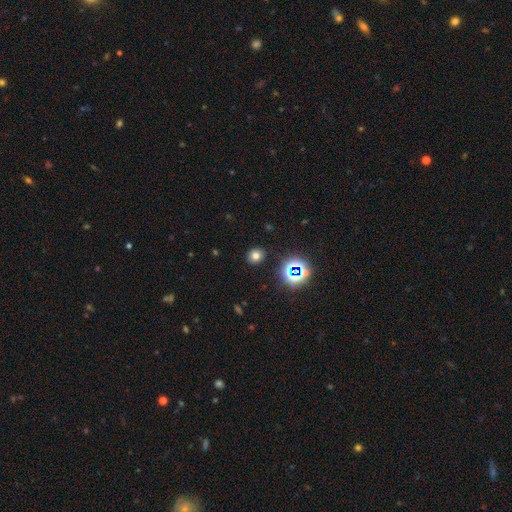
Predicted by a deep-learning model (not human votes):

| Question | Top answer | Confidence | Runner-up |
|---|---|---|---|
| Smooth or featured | smooth | 69% | star or artifact (21%) |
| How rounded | round | 70% | in between (29%) |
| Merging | none | 89% | minor disturbance (7%) |